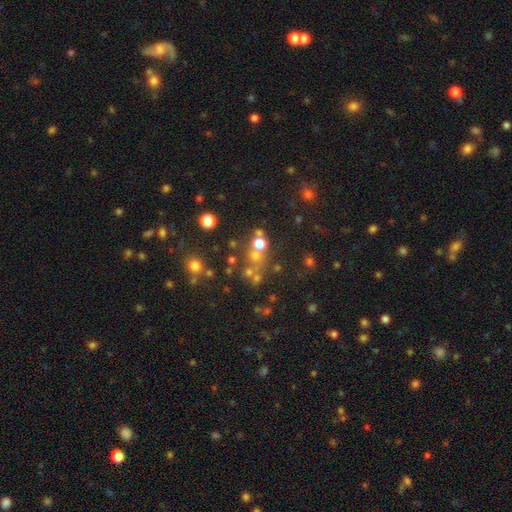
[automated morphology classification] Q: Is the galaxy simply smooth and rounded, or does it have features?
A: smooth — 45%.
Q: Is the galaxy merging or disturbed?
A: none — 54%.